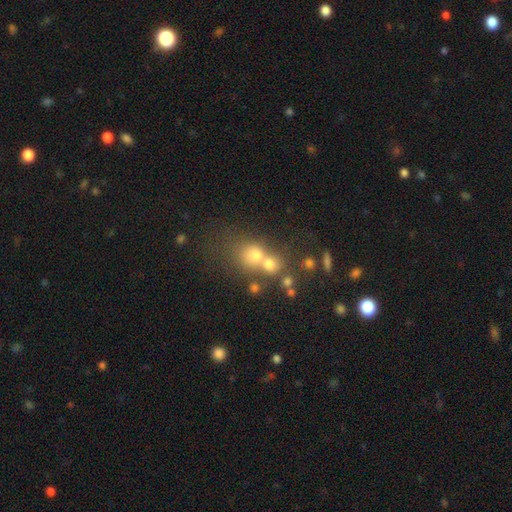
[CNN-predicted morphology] The model was most divided on "merging": merger: 54%, none: 32%, minor disturbance: 8%, major disturbance: 6%. More confident: how rounded — round (71%); smooth or featured — smooth (62%).